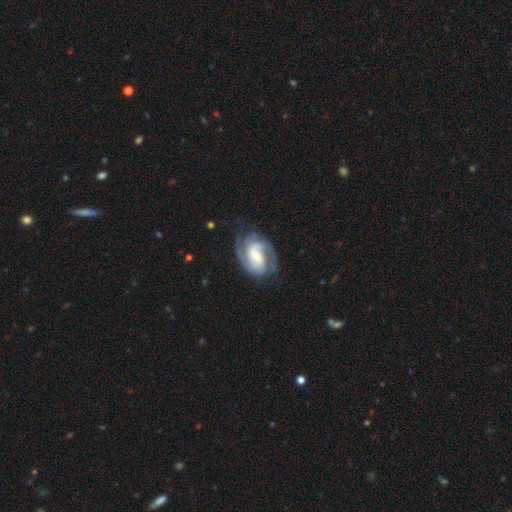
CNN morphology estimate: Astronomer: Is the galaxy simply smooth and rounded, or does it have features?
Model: featured or disk — 86%.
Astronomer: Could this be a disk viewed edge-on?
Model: no — 98%.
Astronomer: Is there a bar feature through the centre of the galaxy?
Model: weak — 48% (runner-up: no, 30%).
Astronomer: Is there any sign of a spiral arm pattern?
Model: yes — 96%.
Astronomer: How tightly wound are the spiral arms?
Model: medium — 47% (runner-up: tight, 40%).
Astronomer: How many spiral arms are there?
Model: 2 — 76%.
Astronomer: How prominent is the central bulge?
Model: moderate — 46% (runner-up: small, 41%).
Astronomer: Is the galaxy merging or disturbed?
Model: none — 68%.